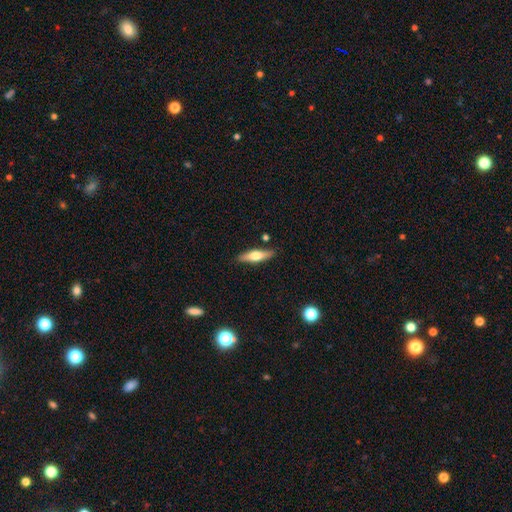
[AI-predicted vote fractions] smooth_or_featured: smooth (p=0.50) [alt: featured or disk p=0.44]
how_rounded: cigar-shaped (p=0.64) [alt: in between p=0.33]
merging: none (p=0.84) [alt: minor disturbance p=0.11]